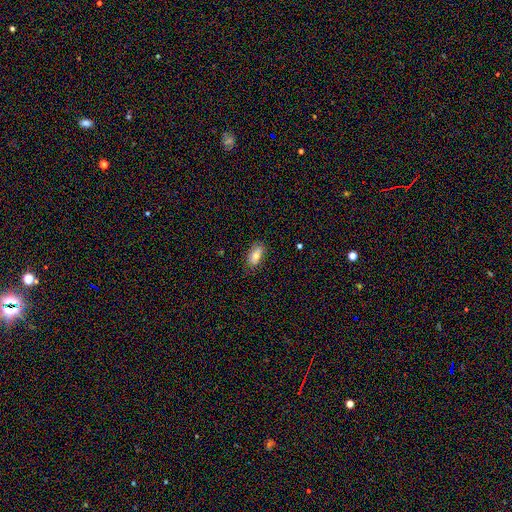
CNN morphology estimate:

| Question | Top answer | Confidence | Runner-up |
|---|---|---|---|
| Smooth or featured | smooth | 71% | featured or disk (19%) |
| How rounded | in between | 90% | round (6%) |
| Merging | none | 78% | minor disturbance (17%) |